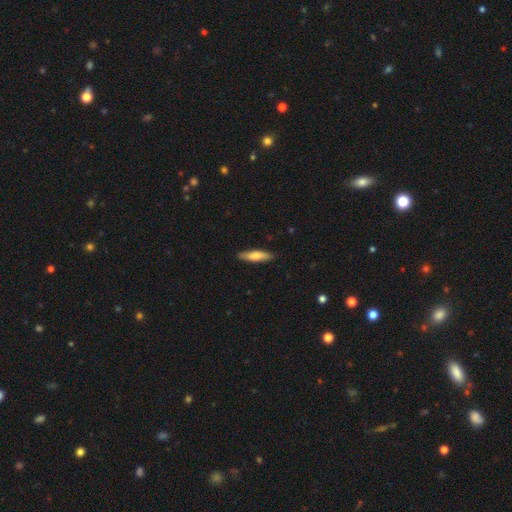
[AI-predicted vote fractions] A smooth galaxy with no disk features (72%) that is cigar-shaped (72%).

Vote fractions:
- Smooth or featured? smooth: 72% / featured or disk: 23% / star or artifact: 5%
- How rounded? cigar-shaped: 72% / in between: 26% / round: 2%
- Merging? none: 88% / minor disturbance: 9% / major disturbance: 2% / merger: 1%